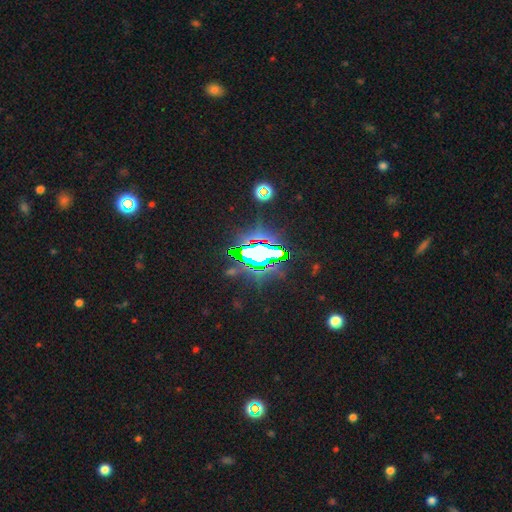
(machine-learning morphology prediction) smooth_or_featured: star or artifact (p=0.73) [alt: smooth p=0.14]